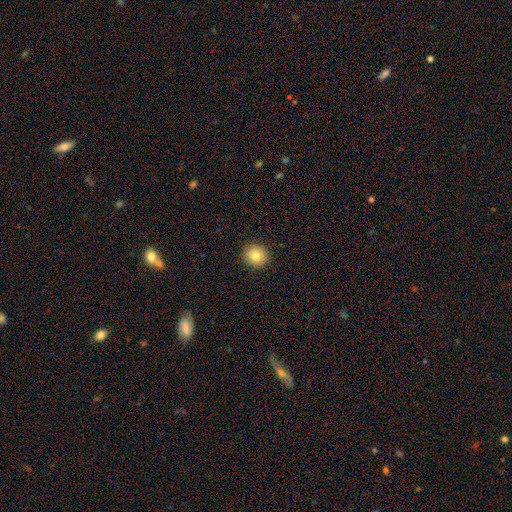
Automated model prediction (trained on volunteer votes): Smooth or featured?
  - smooth: 80% *
  - star or artifact: 10%
  - featured or disk: 10%
How rounded?
  - round: 85% *
  - in between: 14%
  - cigar-shaped: 1%
Merging?
  - none: 91% *
  - minor disturbance: 6%
  - major disturbance: 2%
  - merger: 1%